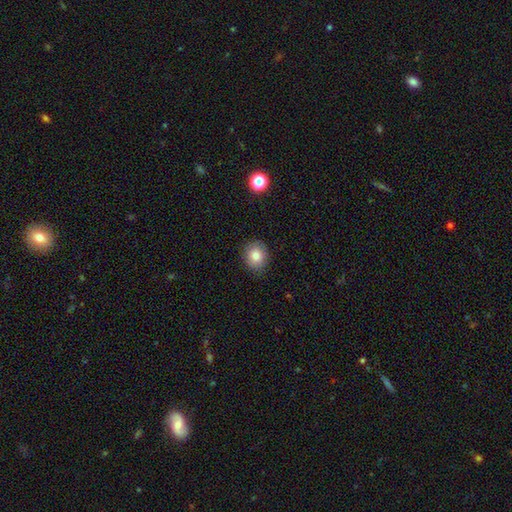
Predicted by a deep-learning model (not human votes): smooth 80%, featured or disk 10%, star or artifact 10%. Down the decision tree: how rounded — round (69%); merging — none (85%).